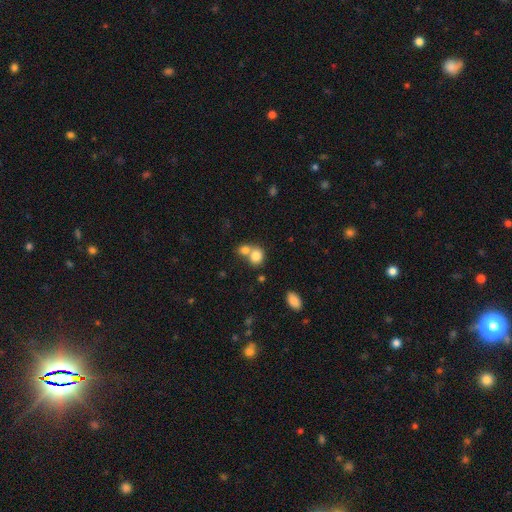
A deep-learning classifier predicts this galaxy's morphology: type=smooth (81%); roundness=round (69%); merging=merger (55%).